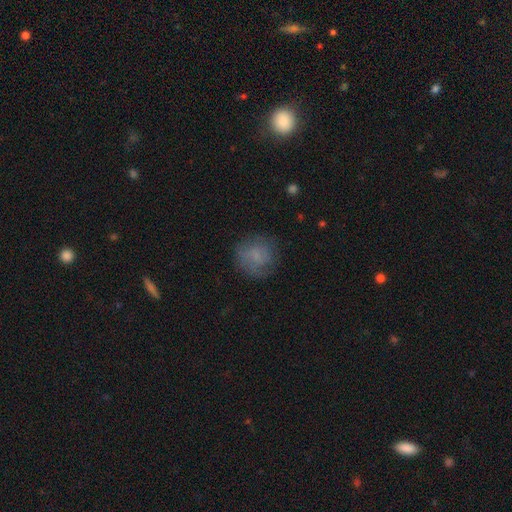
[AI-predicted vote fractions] A smooth galaxy with no disk features (66%) that is round (86%). Merging: none (73%).